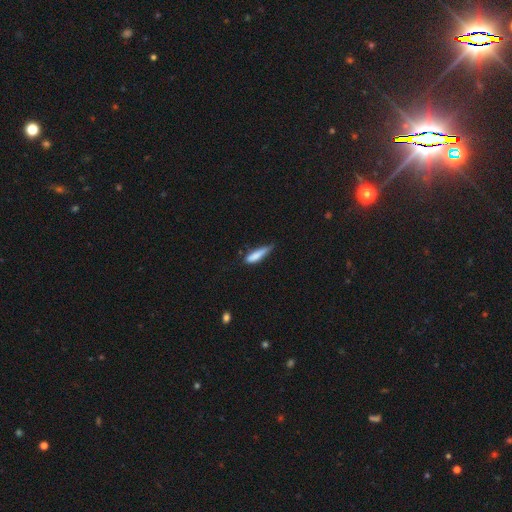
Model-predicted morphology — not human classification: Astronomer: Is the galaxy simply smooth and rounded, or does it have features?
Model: smooth — 80%.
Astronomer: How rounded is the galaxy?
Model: cigar-shaped — 77%.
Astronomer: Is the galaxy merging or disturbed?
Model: none — 46% (runner-up: minor disturbance, 42%).